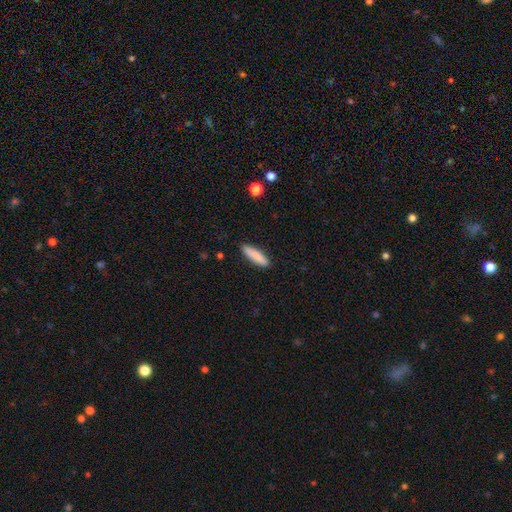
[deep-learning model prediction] smooth 87%, featured or disk 7%, star or artifact 6%. Down the decision tree: how rounded — cigar-shaped (75%); merging — none (90%).